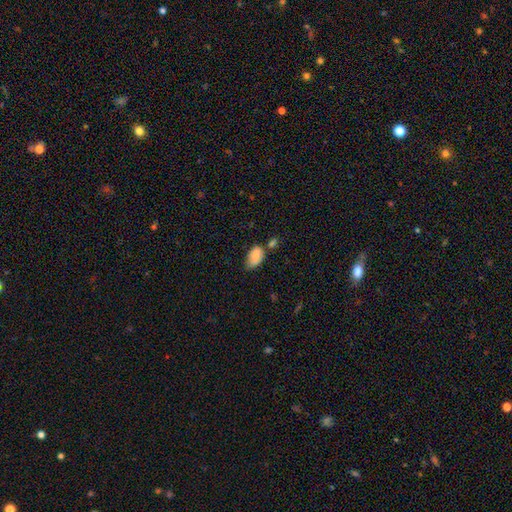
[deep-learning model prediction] Q: Smooth or featured?
A: smooth (80%); runner-up: featured or disk (12%)
Q: How rounded?
A: in between (91%); runner-up: round (8%)
Q: Merging?
A: none (40%); runner-up: minor disturbance (38%)